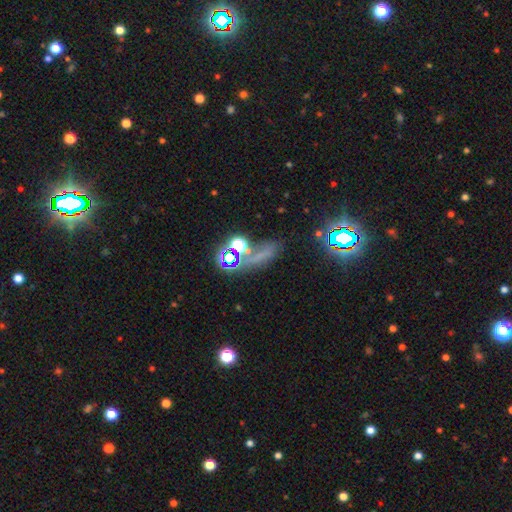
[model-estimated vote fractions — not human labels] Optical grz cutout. It shows a star or artifact, not a galaxy (47%).